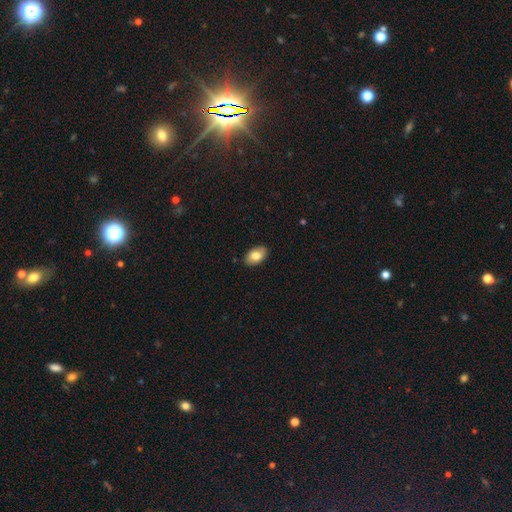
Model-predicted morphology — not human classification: This appears to be a smooth galaxy with no disk features (80%) that is in between round and cigar-shaped (92%). Merging: none (87%).